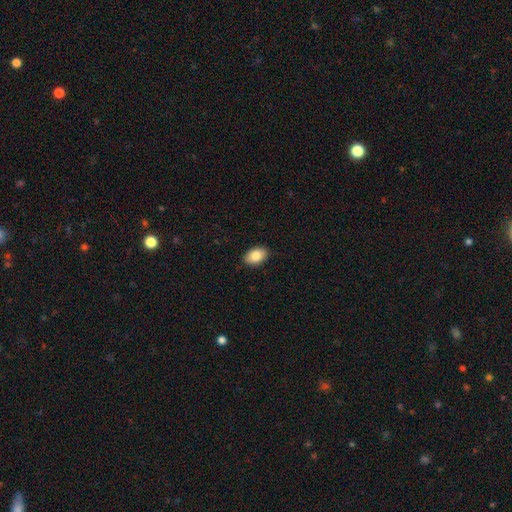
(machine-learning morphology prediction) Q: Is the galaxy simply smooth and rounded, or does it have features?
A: smooth — 85%.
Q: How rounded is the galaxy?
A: in between — 90%.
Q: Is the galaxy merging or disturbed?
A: none — 89%.